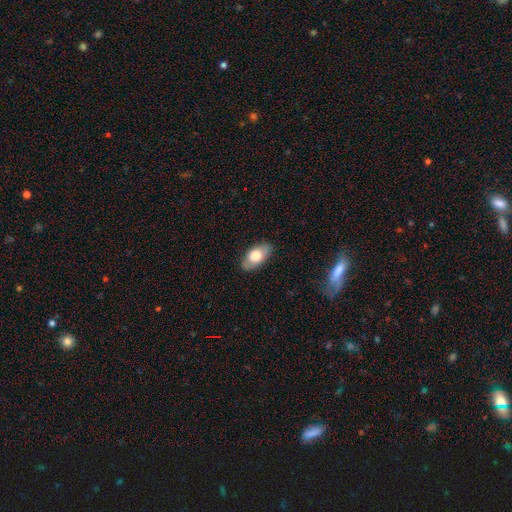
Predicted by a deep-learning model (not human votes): Smooth or featured? smooth (71%)
How rounded? in between (93%)
Merging? none (82%)